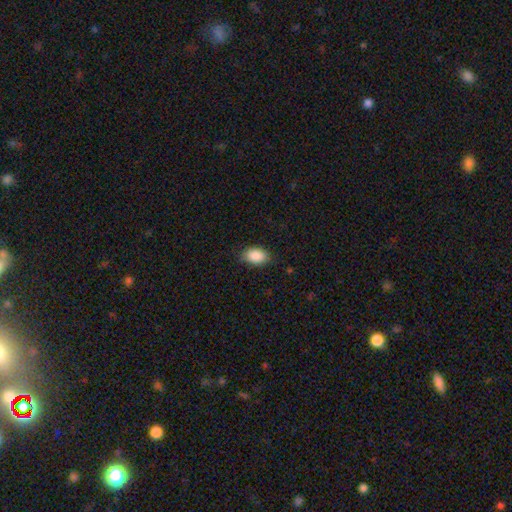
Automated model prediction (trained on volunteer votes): This is clearly a smooth galaxy (90%). How rounded: clearly in between (90%). Merging: clearly none (82%).